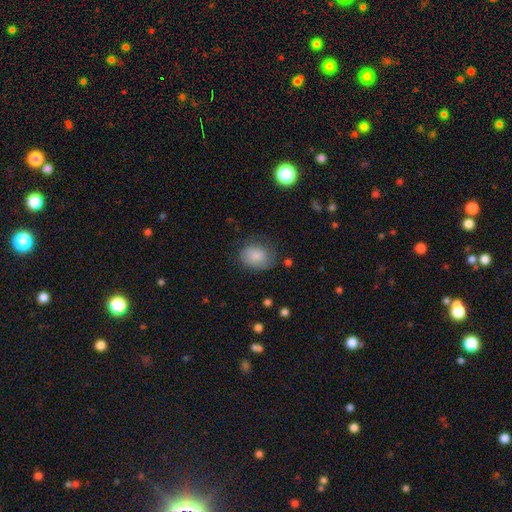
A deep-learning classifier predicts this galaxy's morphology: A smooth galaxy with no disk features (84%) that is in between round and cigar-shaped (56%). Merging: none (69%).